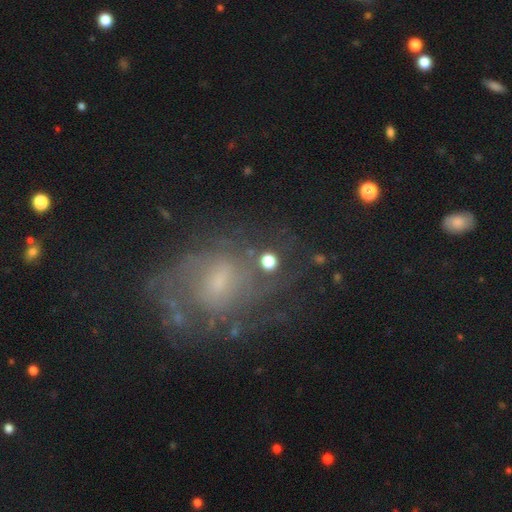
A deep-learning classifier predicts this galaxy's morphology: featured or disk 70%, smooth 16%, star or artifact 14%. Down the decision tree: edge-on disk — no (97%); bar — no (47%); spiral arms — yes (80%); spiral arm count — can't tell (49%); spiral winding — tight (43%); bulge size — small (54%); merging — none (63%).